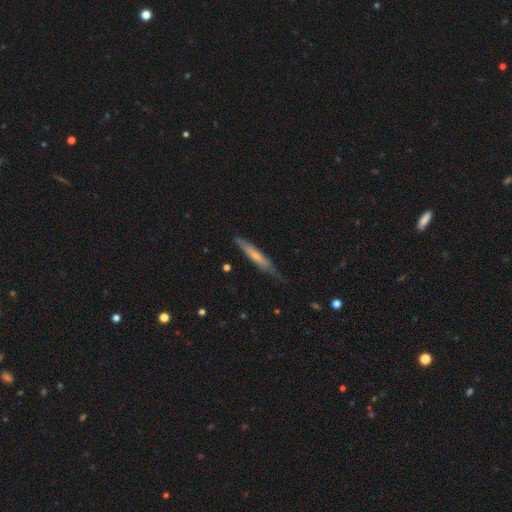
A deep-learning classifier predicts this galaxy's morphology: Smooth or featured: smooth — 51% (featured or disk — 43%)
How rounded: cigar-shaped — 91% (in between — 7%)
Merging: none — 64% (minor disturbance — 28%)